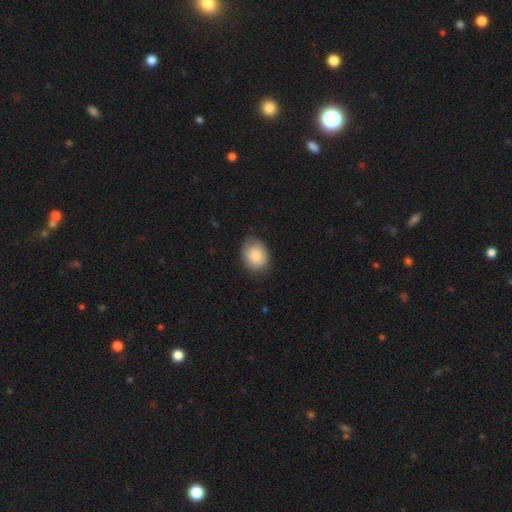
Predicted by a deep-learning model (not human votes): Smooth or featured: smooth — 85% (featured or disk — 8%)
How rounded: in between — 58% (round — 41%)
Merging: none — 77% (minor disturbance — 19%)